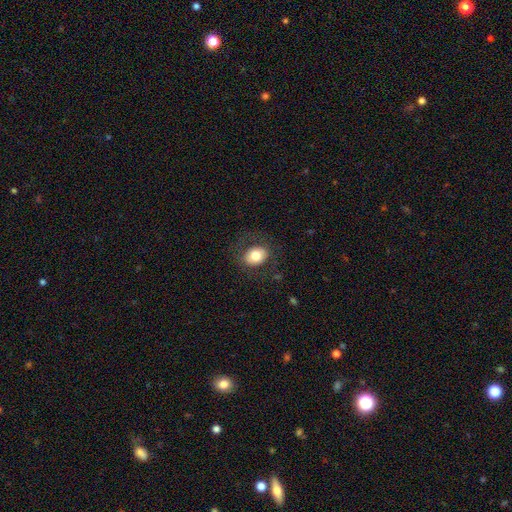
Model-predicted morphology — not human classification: A smooth galaxy with no disk features (76%) that is in between round and cigar-shaped (50%). Merging: none (81%).